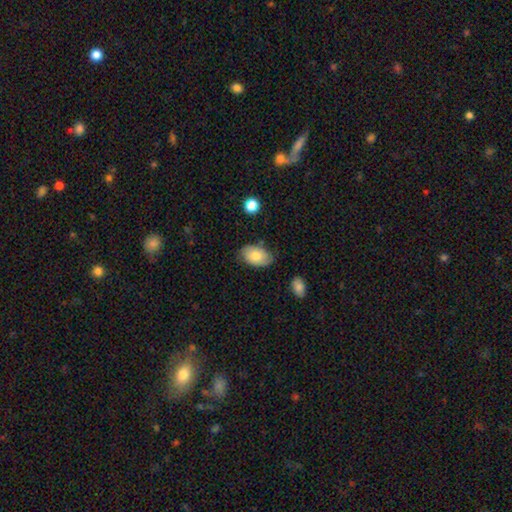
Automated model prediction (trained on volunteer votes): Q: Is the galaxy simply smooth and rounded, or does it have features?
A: smooth — 78%.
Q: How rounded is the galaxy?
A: in between — 92%.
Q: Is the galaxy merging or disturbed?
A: none — 75%.